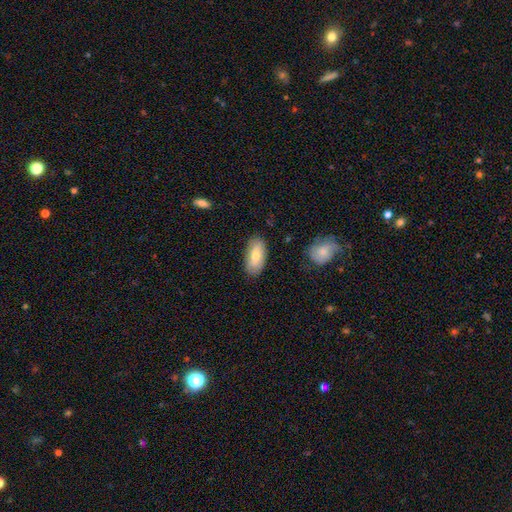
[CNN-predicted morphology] Smooth or featured? smooth (73%)
How rounded? in between (91%)
Merging? none (83%)